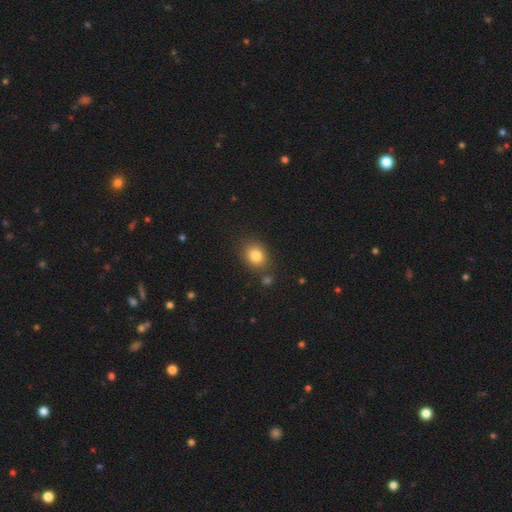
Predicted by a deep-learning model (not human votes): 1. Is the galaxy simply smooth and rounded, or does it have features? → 82% smooth, 10% star or artifact, 7% featured or disk.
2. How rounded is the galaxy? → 55% round, 44% in between, 1% cigar-shaped.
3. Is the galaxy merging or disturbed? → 78% none, 11% minor disturbance, 7% merger, 3% major disturbance.